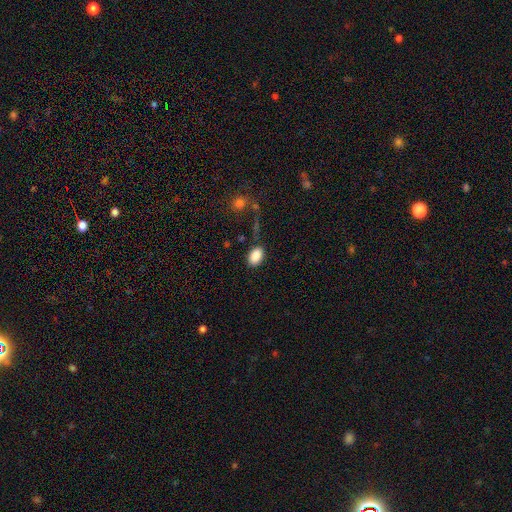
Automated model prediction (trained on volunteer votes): A smooth galaxy with no disk features (88%) that is in between round and cigar-shaped (87%).

Vote fractions:
- Smooth or featured? smooth: 88% / star or artifact: 8% / featured or disk: 4%
- How rounded? in between: 87% / round: 12% / cigar-shaped: 1%
- Merging? none: 79% / minor disturbance: 13% / major disturbance: 4% / merger: 3%